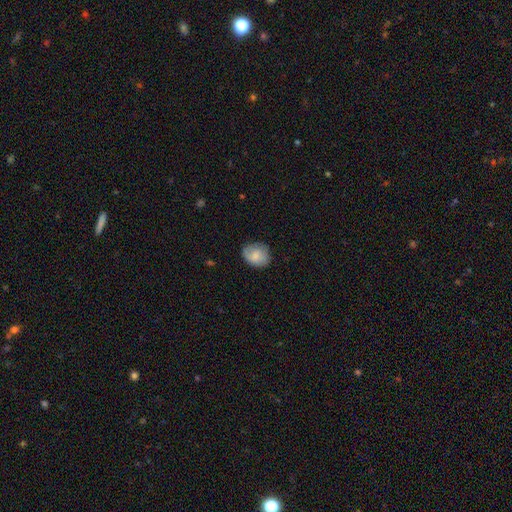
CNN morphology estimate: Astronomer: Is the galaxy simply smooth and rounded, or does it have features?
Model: smooth — 77%.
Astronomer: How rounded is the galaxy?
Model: round — 56% (runner-up: in between, 43%).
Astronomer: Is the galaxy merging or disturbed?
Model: none — 70%.